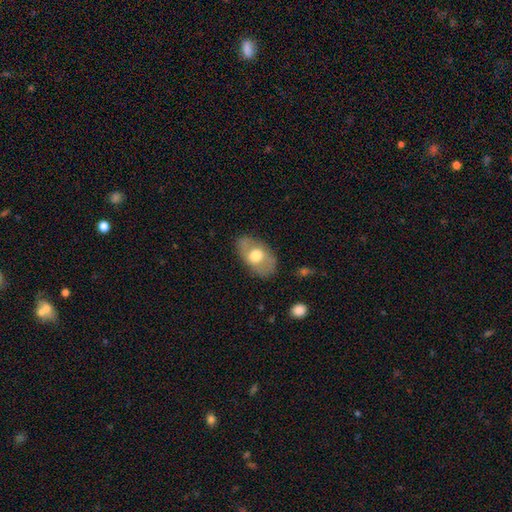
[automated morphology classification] type=smooth (54%); roundness=in between (89%); merging=none (78%).